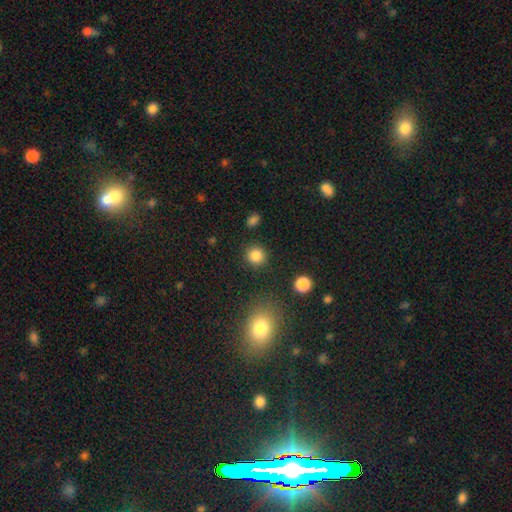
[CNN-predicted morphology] A smooth galaxy with no disk features (85%) that is round (92%).

Vote fractions:
- Smooth or featured? smooth: 85% / star or artifact: 11% / featured or disk: 4%
- How rounded? round: 92% / in between: 7% / cigar-shaped: 1%
- Merging? none: 89% / minor disturbance: 6% / major disturbance: 3% / merger: 2%